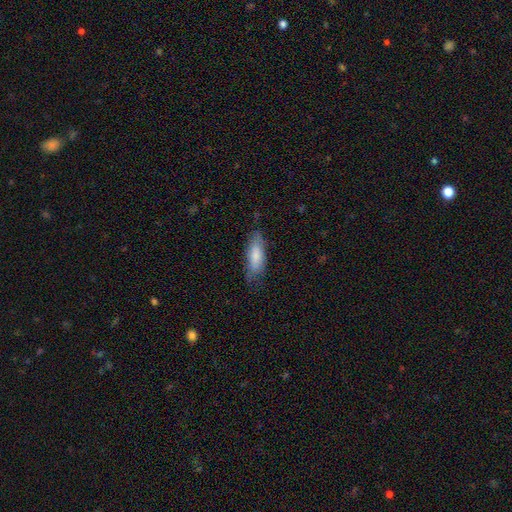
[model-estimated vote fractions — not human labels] smooth_or_featured: smooth (p=0.78) [alt: featured or disk p=0.16]
how_rounded: in between (p=0.68) [alt: cigar-shaped p=0.30]
merging: none (p=0.69) [alt: minor disturbance p=0.24]